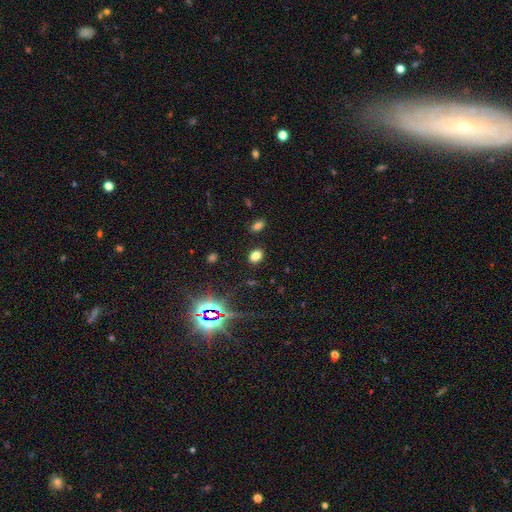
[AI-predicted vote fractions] Smooth or featured?
  - smooth: 78% *
  - star or artifact: 17%
  - featured or disk: 6%
How rounded?
  - in between: 69% *
  - round: 29%
  - cigar-shaped: 2%
Merging?
  - none: 87% *
  - minor disturbance: 8%
  - major disturbance: 3%
  - merger: 2%